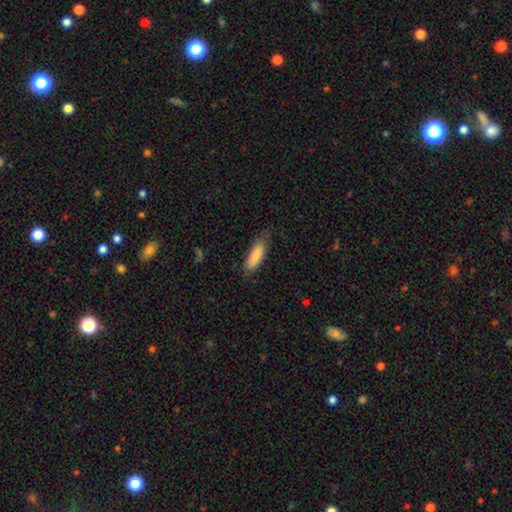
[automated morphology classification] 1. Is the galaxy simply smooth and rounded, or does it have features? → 84% smooth, 10% featured or disk, 6% star or artifact.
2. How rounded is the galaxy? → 58% in between, 41% cigar-shaped, 1% round.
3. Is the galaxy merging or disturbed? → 70% none, 23% minor disturbance, 6% major disturbance, 1% merger.